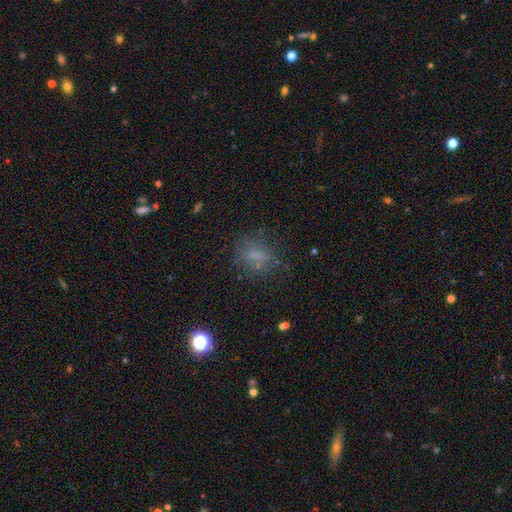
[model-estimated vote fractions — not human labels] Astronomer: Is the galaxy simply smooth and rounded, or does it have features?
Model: smooth — 62%.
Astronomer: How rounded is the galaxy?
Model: in between — 51% (runner-up: round, 46%).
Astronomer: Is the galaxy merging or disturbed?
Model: none — 67%.